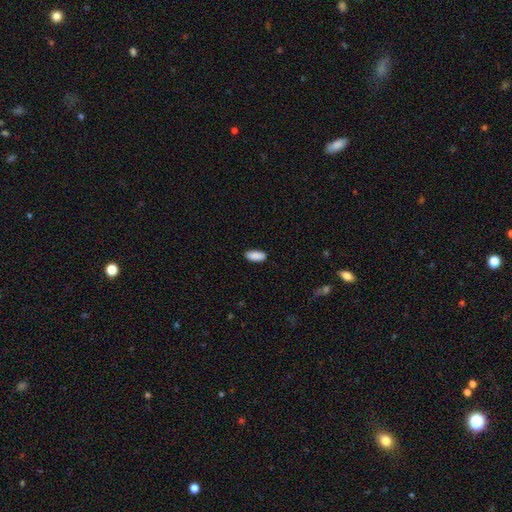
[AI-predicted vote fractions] This is clearly a smooth galaxy (90%). How rounded: clearly in between (88%). Merging: clearly none (89%).